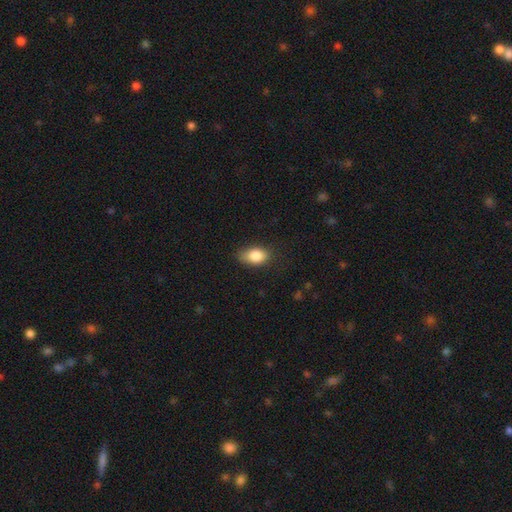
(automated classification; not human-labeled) A smooth galaxy with no disk features (85%) that is in between round and cigar-shaped (86%).

Vote fractions:
- Smooth or featured? smooth: 85% / star or artifact: 8% / featured or disk: 7%
- How rounded? in between: 86% / round: 11% / cigar-shaped: 3%
- Merging? none: 73% / minor disturbance: 21% / major disturbance: 4% / merger: 1%